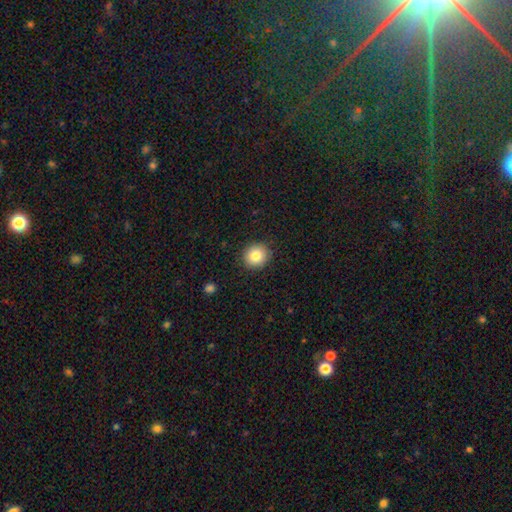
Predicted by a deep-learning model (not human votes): Smooth or featured: smooth — 82% (star or artifact — 10%)
How rounded: round — 88% (in between — 11%)
Merging: none — 90% (minor disturbance — 7%)